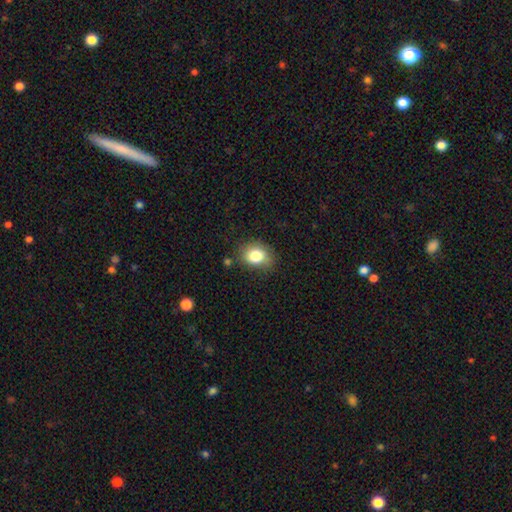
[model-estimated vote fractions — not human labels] Smooth or featured?
  - smooth: 82% *
  - star or artifact: 9%
  - featured or disk: 9%
How rounded?
  - in between: 58% *
  - round: 41%
  - cigar-shaped: 1%
Merging?
  - none: 69% *
  - minor disturbance: 21%
  - major disturbance: 6%
  - merger: 4%